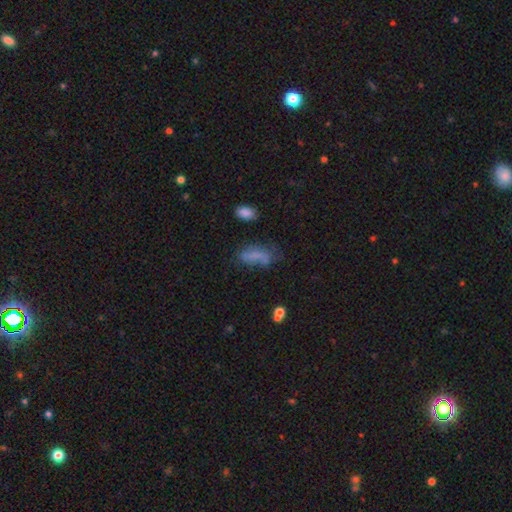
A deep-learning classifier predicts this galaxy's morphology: A smooth galaxy with no disk features (62%) that is in between round and cigar-shaped (76%).

Vote fractions:
- Smooth or featured? smooth: 62% / featured or disk: 24% / star or artifact: 14%
- How rounded? in between: 76% / cigar-shaped: 19% / round: 5%
- Merging? none: 43% / minor disturbance: 28% / major disturbance: 20% / merger: 9%